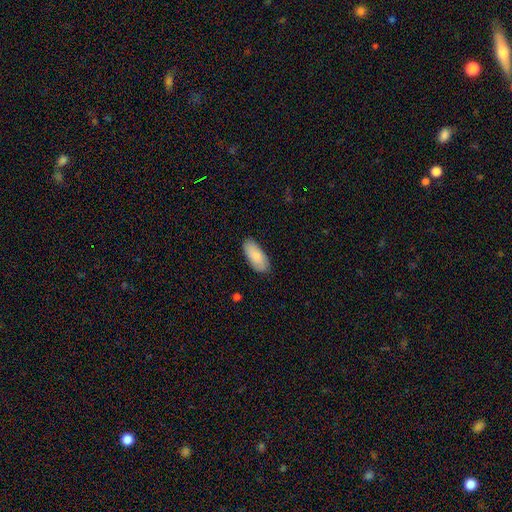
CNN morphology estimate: Smooth or featured: smooth — 85% (featured or disk — 9%)
How rounded: in between — 89% (cigar-shaped — 9%)
Merging: none — 85% (minor disturbance — 12%)